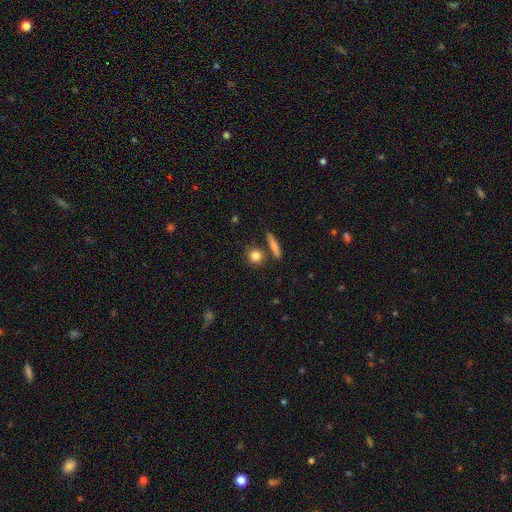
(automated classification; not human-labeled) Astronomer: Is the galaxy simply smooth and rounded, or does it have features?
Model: smooth — 84%.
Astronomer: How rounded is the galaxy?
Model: round — 77%.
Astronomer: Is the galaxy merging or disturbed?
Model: none — 74%.